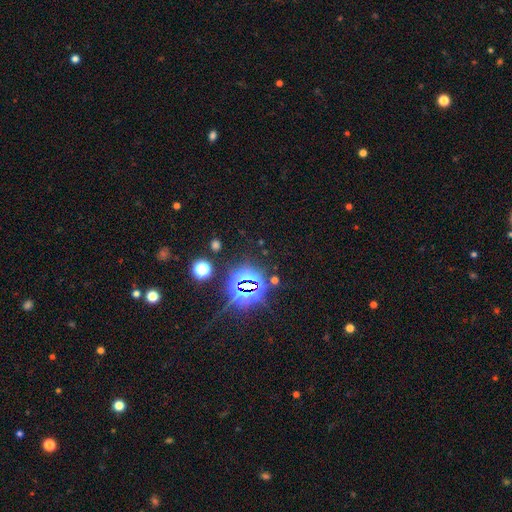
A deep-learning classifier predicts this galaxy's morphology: A star or artifact, not a galaxy (84%).